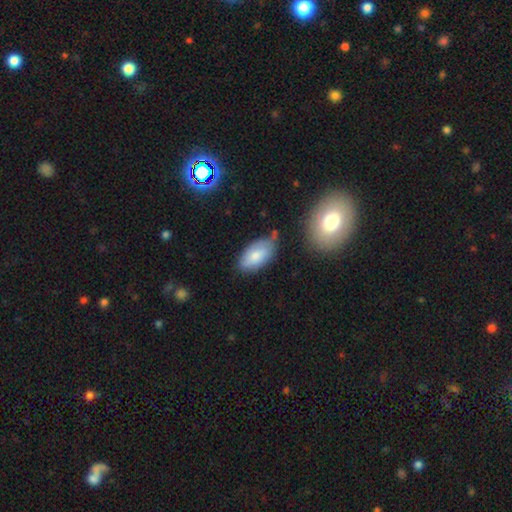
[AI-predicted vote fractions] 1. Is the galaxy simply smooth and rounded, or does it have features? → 76% smooth, 18% featured or disk, 6% star or artifact.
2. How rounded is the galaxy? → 94% in between, 4% cigar-shaped, 3% round.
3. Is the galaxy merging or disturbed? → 61% none, 27% minor disturbance, 6% merger, 6% major disturbance.